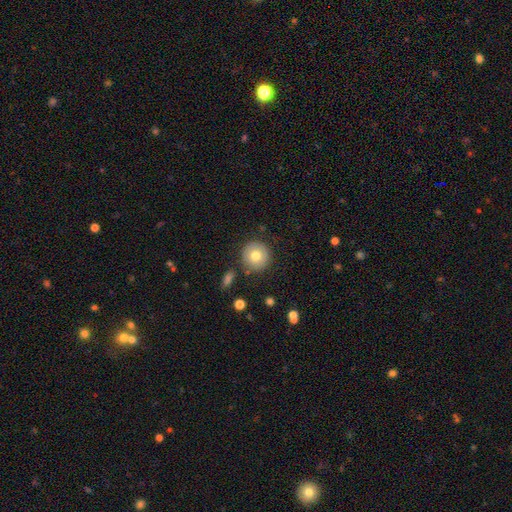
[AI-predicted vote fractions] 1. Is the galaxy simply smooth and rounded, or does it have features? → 76% smooth, 15% featured or disk, 9% star or artifact.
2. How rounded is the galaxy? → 94% round, 5% in between, 1% cigar-shaped.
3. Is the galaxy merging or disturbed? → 86% none, 8% minor disturbance, 3% merger, 3% major disturbance.